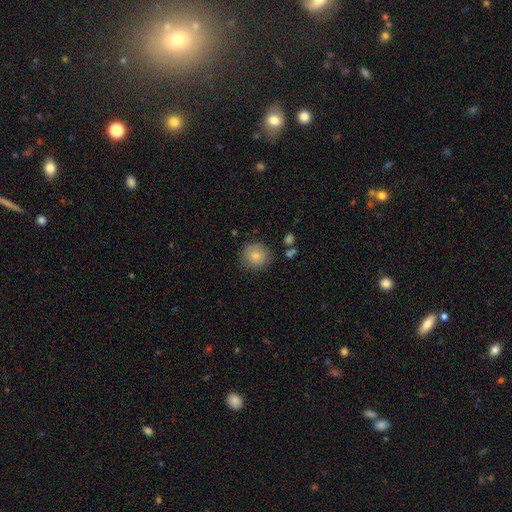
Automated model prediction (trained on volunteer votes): The model was most divided on "smooth or featured": smooth: 79%, featured or disk: 13%, star or artifact: 8%. More confident: how rounded — round (88%); merging — none (80%).